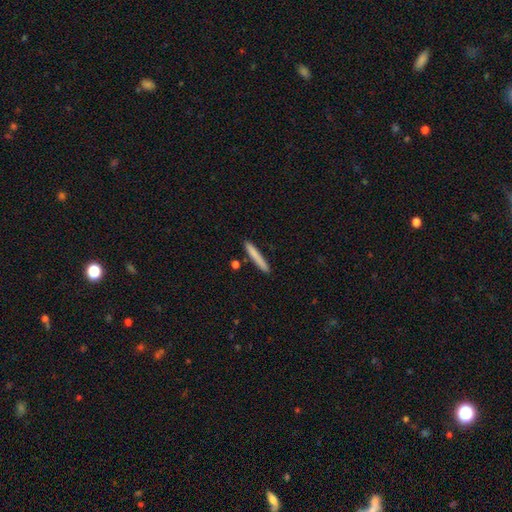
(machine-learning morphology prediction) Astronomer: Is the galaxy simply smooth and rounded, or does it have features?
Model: smooth — 78%.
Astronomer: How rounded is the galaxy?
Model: cigar-shaped — 95%.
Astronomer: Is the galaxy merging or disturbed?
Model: none — 88%.